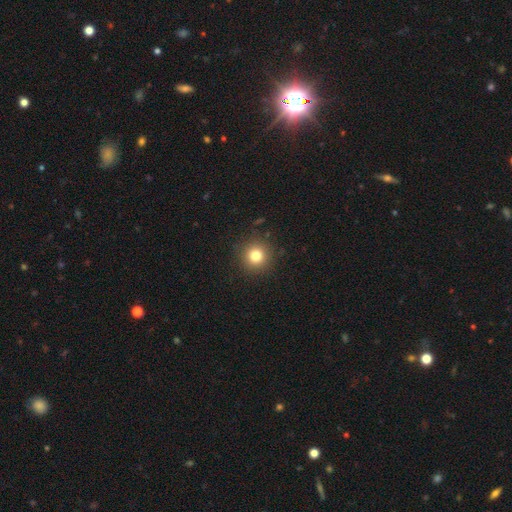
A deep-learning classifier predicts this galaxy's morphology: Smooth or featured: smooth — 79% (star or artifact — 13%)
How rounded: round — 94% (in between — 5%)
Merging: none — 90% (minor disturbance — 6%)